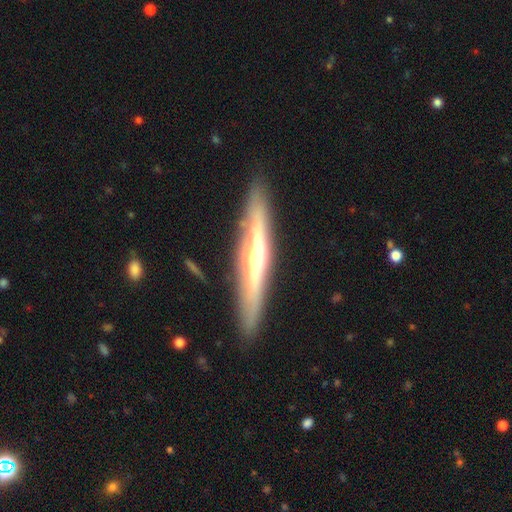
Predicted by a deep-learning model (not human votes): Q: Smooth or featured?
A: featured or disk (69%); runner-up: smooth (25%)
Q: Edge-on disk?
A: yes (92%); runner-up: no (8%)
Q: Edge-on bulge?
A: rounded (76%); runner-up: none (17%)
Q: Merging?
A: none (88%); runner-up: minor disturbance (9%)